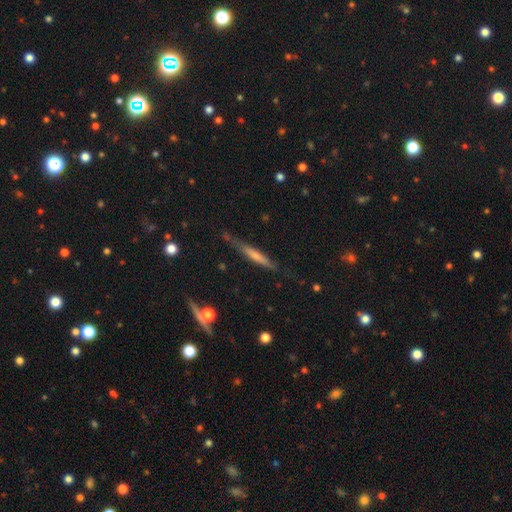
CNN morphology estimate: type=smooth (51%); roundness=cigar-shaped (93%); merging=none (70%).